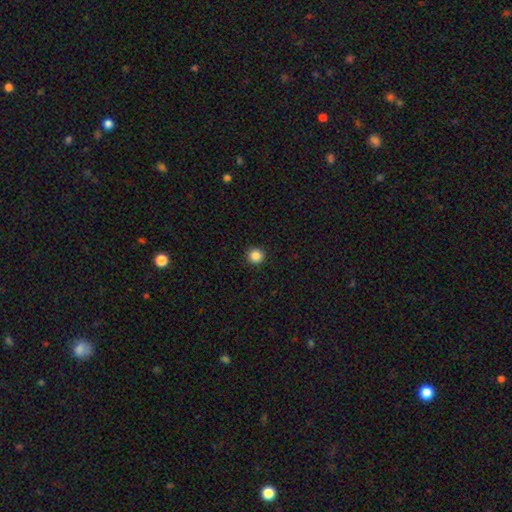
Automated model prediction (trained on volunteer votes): Q: Smooth or featured?
A: smooth (86%); runner-up: star or artifact (11%)
Q: How rounded?
A: round (95%); runner-up: in between (4%)
Q: Merging?
A: none (93%); runner-up: minor disturbance (5%)